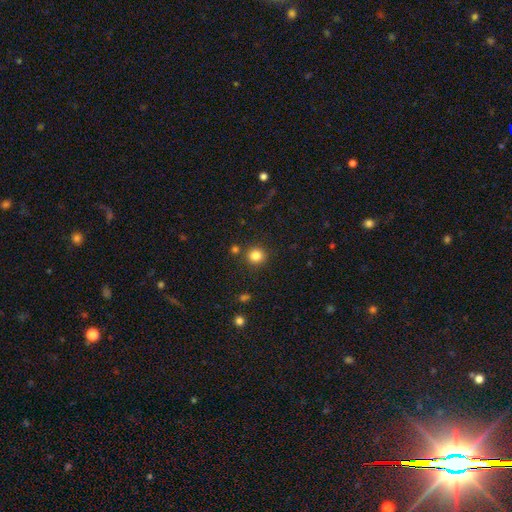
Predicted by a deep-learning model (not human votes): Smooth or featured: smooth — 83% (star or artifact — 12%)
How rounded: round — 92% (in between — 7%)
Merging: none — 86% (minor disturbance — 7%)